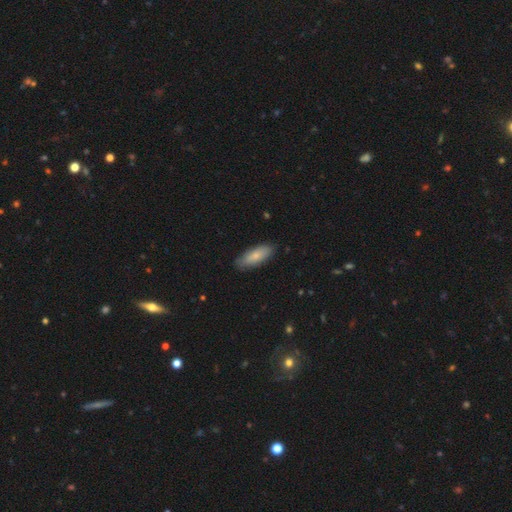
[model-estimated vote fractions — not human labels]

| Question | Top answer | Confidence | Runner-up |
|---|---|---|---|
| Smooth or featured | smooth | 79% | featured or disk (16%) |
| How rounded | in between | 72% | cigar-shaped (26%) |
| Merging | none | 83% | minor disturbance (13%) |